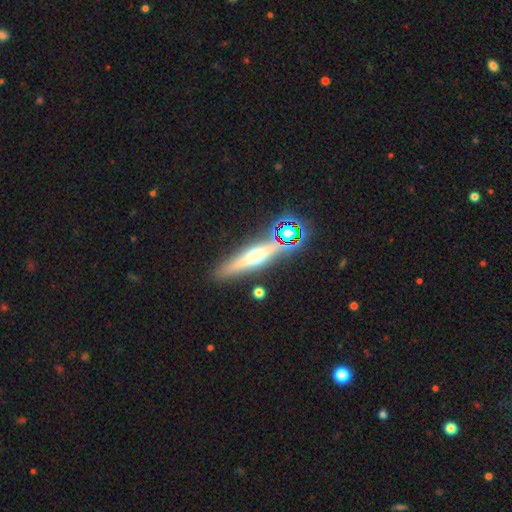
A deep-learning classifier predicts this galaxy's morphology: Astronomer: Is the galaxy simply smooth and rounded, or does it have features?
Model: featured or disk — 61%.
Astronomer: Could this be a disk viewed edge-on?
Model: yes — 93%.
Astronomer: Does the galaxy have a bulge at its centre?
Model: rounded — 93%.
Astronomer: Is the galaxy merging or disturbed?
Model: none — 85%.